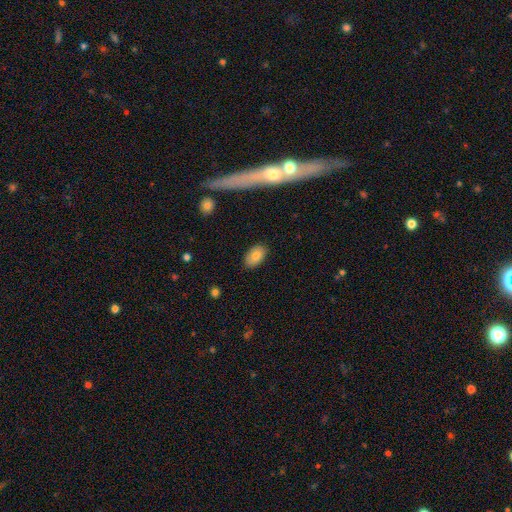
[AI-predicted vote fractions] A smooth galaxy with no disk features (80%) that is in between round and cigar-shaped (91%).

Vote fractions:
- Smooth or featured? smooth: 80% / featured or disk: 12% / star or artifact: 8%
- How rounded? in between: 91% / round: 7% / cigar-shaped: 1%
- Merging? none: 85% / minor disturbance: 11% / major disturbance: 2% / merger: 1%